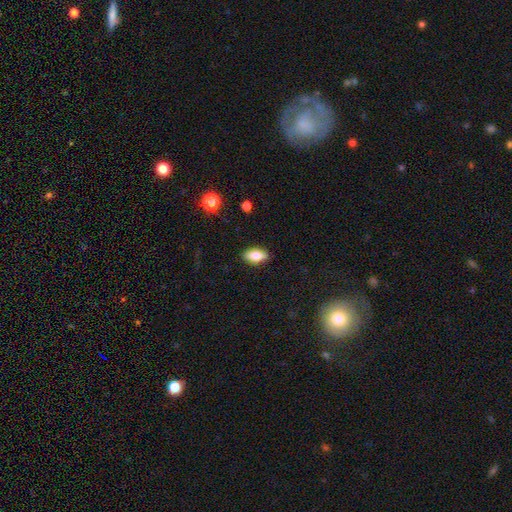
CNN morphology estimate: A smooth galaxy with no disk features (79%) that is in between round and cigar-shaped (86%).

Vote fractions:
- Smooth or featured? smooth: 79% / featured or disk: 14% / star or artifact: 8%
- How rounded? in between: 86% / cigar-shaped: 10% / round: 4%
- Merging? none: 88% / minor disturbance: 9% / major disturbance: 2% / merger: 1%